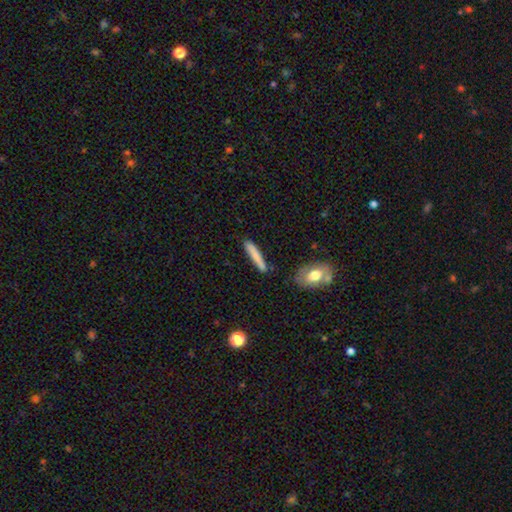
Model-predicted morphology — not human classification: A smooth galaxy with no disk features (75%) that is cigar-shaped (91%). Merging: none (80%).